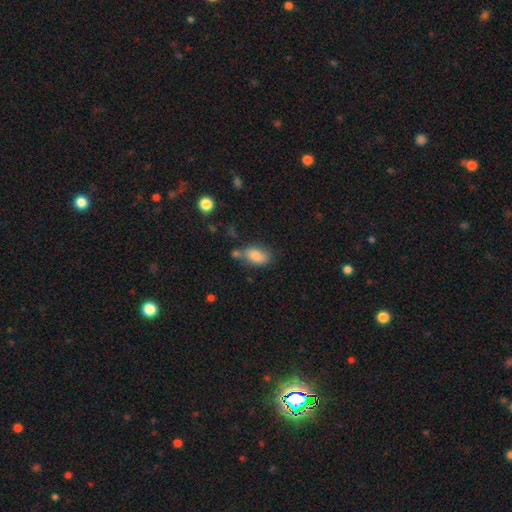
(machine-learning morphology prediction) Smooth or featured? smooth (83%)
How rounded? in between (89%)
Merging? none (56%)